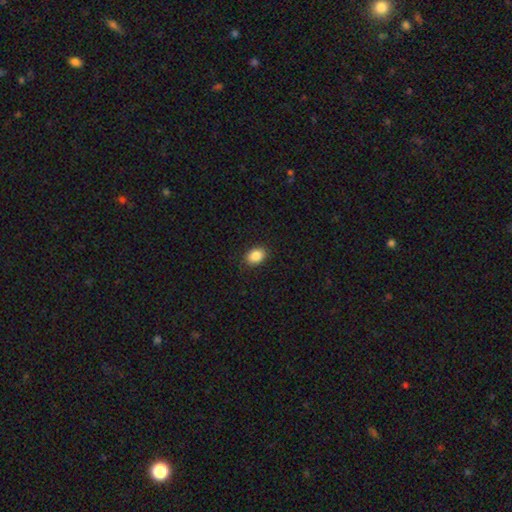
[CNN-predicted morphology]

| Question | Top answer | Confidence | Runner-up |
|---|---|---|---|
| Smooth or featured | smooth | 88% | star or artifact (8%) |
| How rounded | in between | 76% | round (23%) |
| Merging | none | 88% | minor disturbance (9%) |